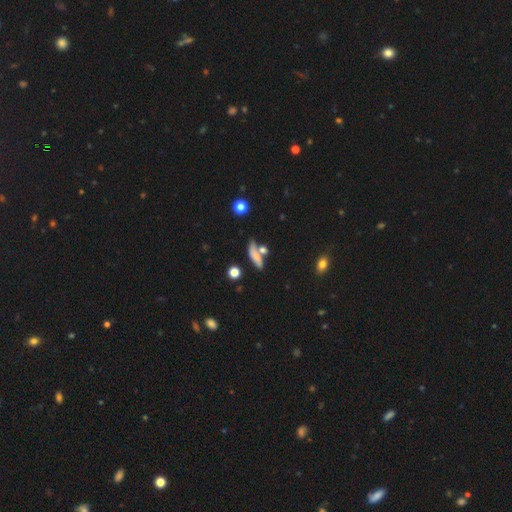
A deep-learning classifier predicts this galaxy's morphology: A smooth galaxy with no disk features (63%) that is cigar-shaped (56%).

Vote fractions:
- Smooth or featured? smooth: 63% / featured or disk: 26% / star or artifact: 11%
- How rounded? cigar-shaped: 56% / in between: 37% / round: 6%
- Merging? none: 46% / merger: 28% / minor disturbance: 17% / major disturbance: 9%